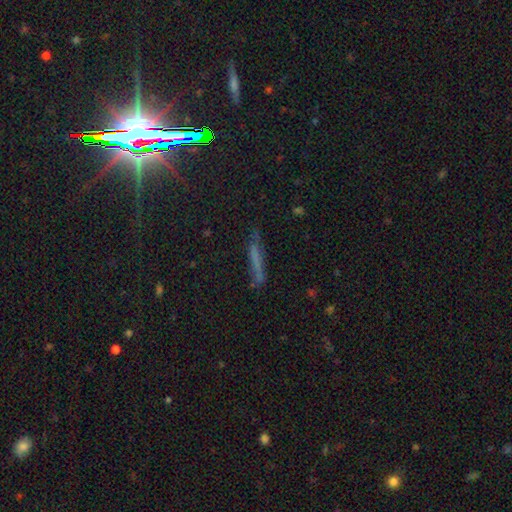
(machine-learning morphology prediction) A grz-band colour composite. It shows a smooth galaxy with no disk features (39%). Merging: none (72%).